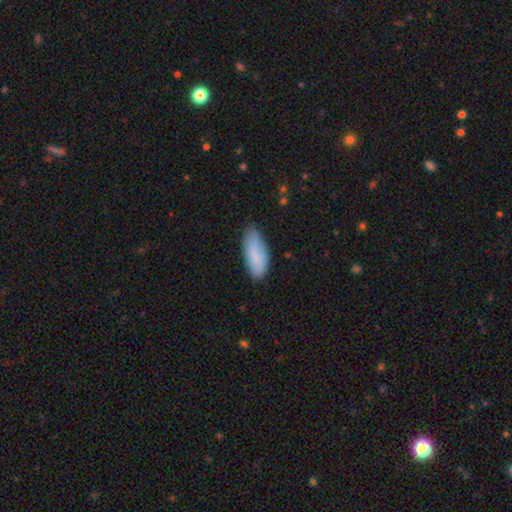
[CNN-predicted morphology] smooth-or-featured: smooth: 81% | featured or disk: 13% | star or artifact: 6%
  how-rounded: in between: 82% | cigar-shaped: 16% | round: 2%
  merging: none: 68% | minor disturbance: 25% | major disturbance: 5% | merger: 2%